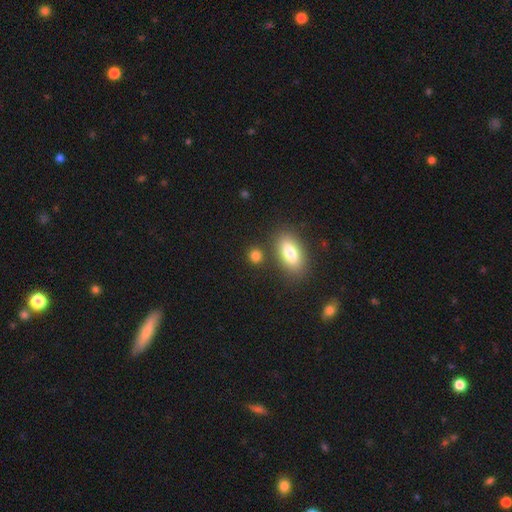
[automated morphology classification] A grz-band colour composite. It shows a smooth galaxy with no disk features (82%) that is round (61%). Merging: none (78%).